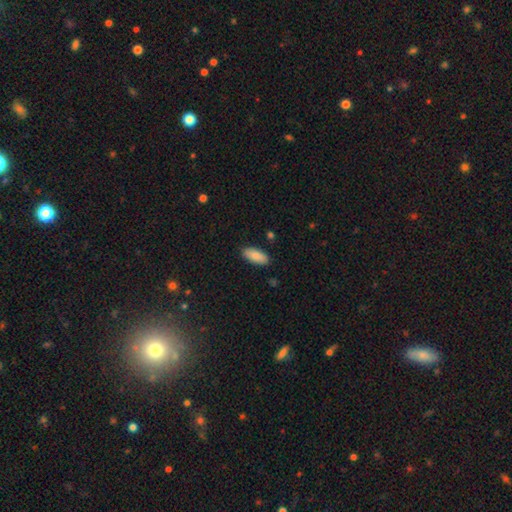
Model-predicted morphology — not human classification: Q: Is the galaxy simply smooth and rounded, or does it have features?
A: smooth — 87%.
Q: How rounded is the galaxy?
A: in between — 87%.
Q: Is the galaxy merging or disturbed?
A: none — 86%.